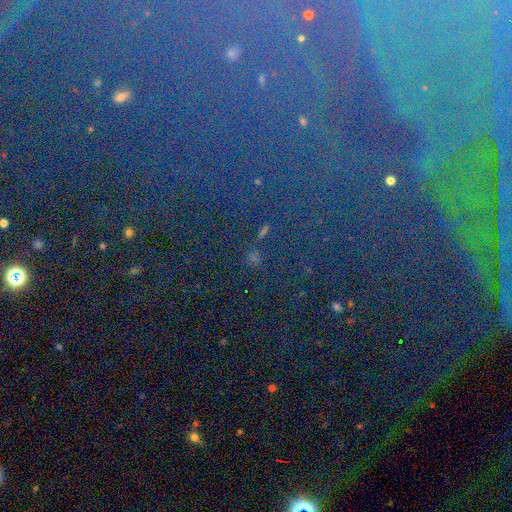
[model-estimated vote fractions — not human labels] smooth_or_featured: star or artifact (p=0.74) [alt: smooth p=0.15]